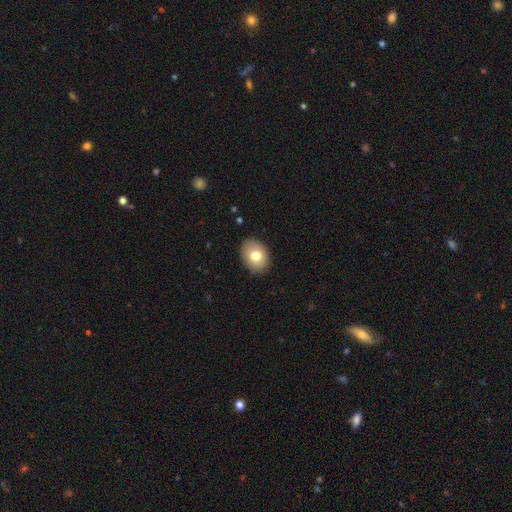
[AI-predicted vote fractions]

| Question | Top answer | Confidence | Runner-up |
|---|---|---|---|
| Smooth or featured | smooth | 78% | featured or disk (14%) |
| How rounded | in between | 66% | round (33%) |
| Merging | none | 88% | minor disturbance (9%) |